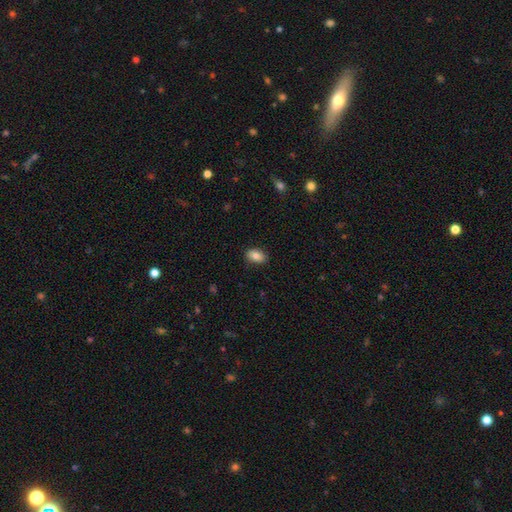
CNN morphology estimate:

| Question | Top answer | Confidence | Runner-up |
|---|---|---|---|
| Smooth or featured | smooth | 82% | featured or disk (10%) |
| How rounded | in between | 88% | round (10%) |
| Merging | none | 87% | minor disturbance (10%) |